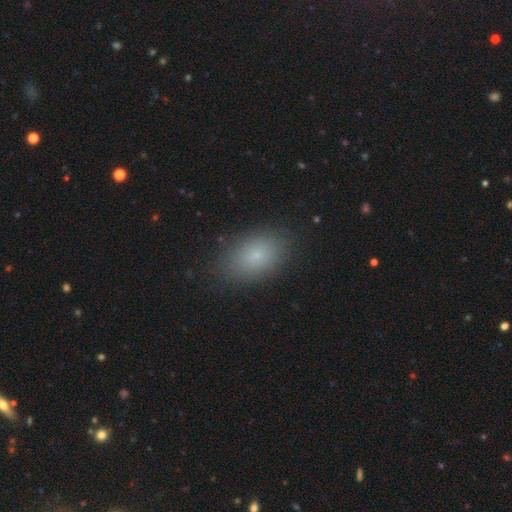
A smooth galaxy with no disk features (76%) that is in between round and cigar-shaped (93%).

Vote fractions:
- Smooth or featured? smooth: 76% / featured or disk: 13% / star or artifact: 11%
- How rounded? in between: 93% / round: 3% / cigar-shaped: 3%
- Merging? none: 91% / major disturbance: 6% / merger: 3% / minor disturbance: 0%